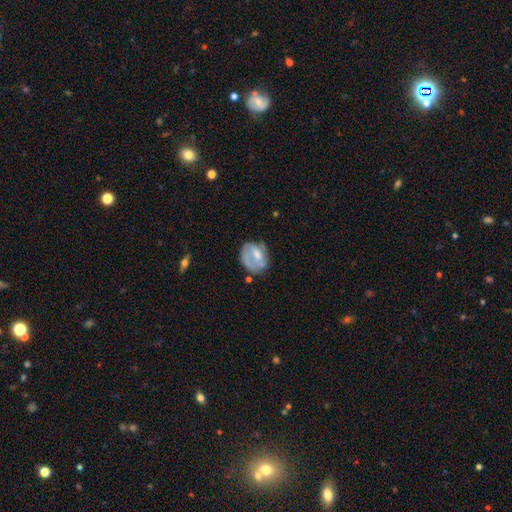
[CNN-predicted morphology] The model was most divided on "smooth or featured": smooth: 48%, featured or disk: 45%, star or artifact: 7%. Remaining: merging — none (45%).